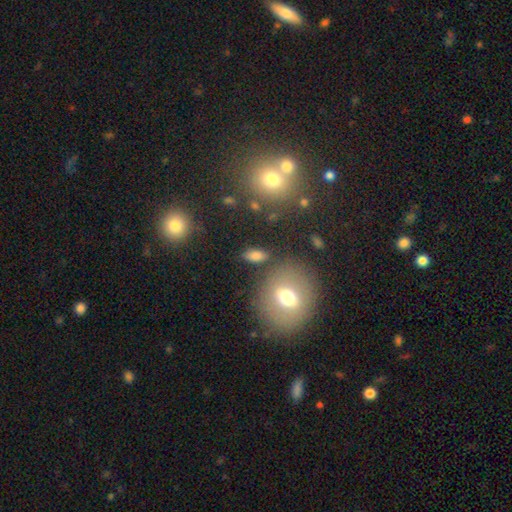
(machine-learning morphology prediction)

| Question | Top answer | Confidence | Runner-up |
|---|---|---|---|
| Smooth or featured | smooth | 77% | star or artifact (13%) |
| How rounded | in between | 82% | round (9%) |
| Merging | none | 80% | minor disturbance (11%) |